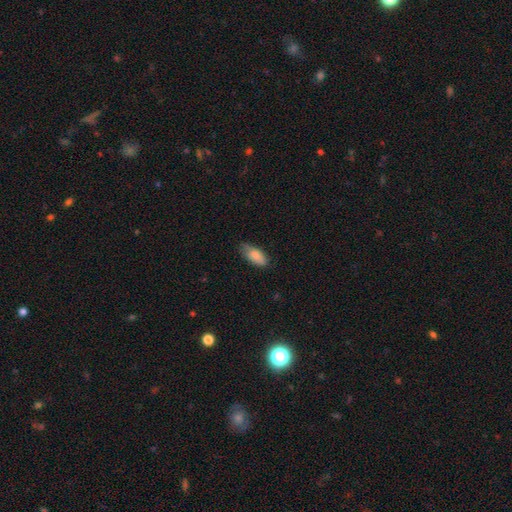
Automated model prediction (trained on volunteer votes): This is clearly a smooth galaxy (82%). How rounded: clearly in between (86%). Merging: likely none (68%).